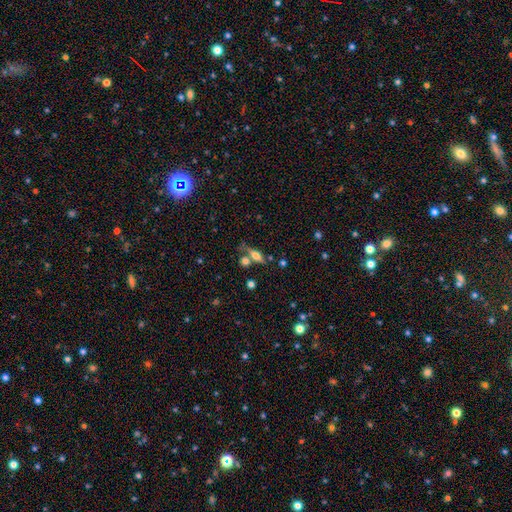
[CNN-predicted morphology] A smooth galaxy with no disk features (46%). Merging: none (59%).